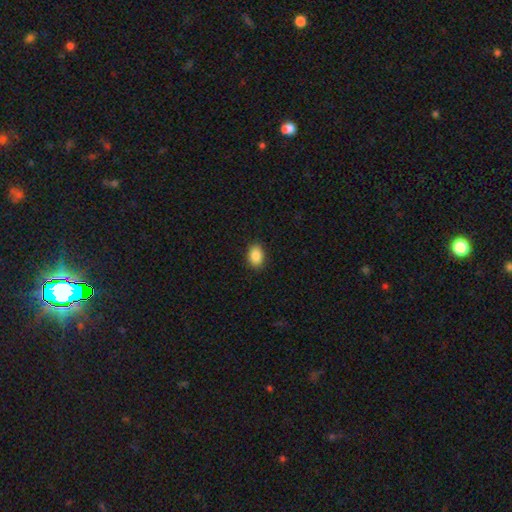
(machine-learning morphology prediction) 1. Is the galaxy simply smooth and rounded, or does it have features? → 88% smooth, 8% star or artifact, 4% featured or disk.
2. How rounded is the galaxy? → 84% in between, 15% round, 1% cigar-shaped.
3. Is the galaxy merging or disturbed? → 89% none, 8% minor disturbance, 2% major disturbance, 1% merger.